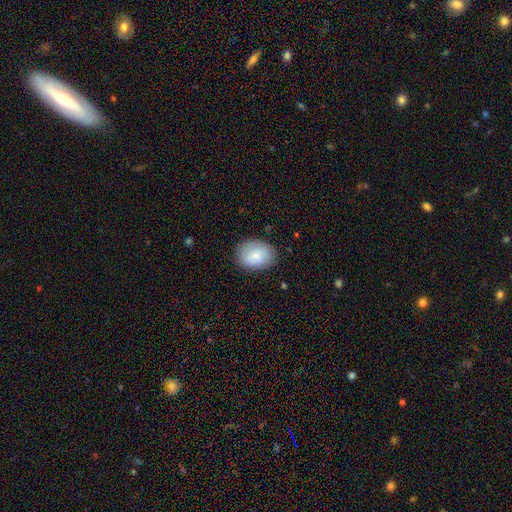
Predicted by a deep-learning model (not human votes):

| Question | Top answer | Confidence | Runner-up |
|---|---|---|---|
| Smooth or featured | smooth | 80% | featured or disk (13%) |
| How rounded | in between | 69% | round (30%) |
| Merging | none | 81% | minor disturbance (14%) |